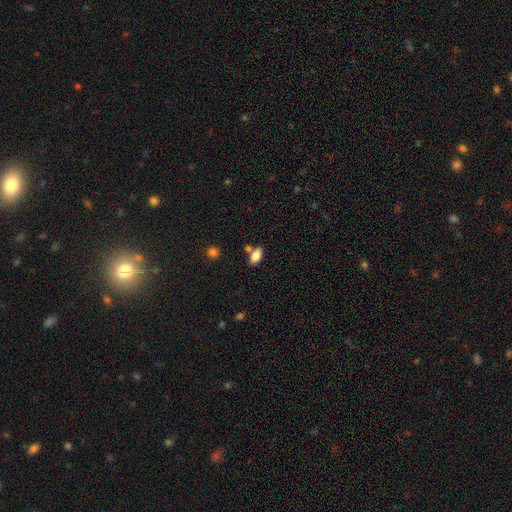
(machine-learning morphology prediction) Overall: smooth (83%). How rounded: in between (90%). Merging: none (71%).